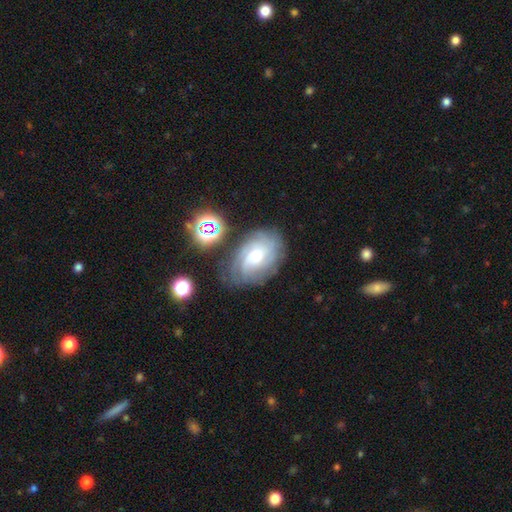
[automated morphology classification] Q: Smooth or featured?
A: featured or disk (73%); runner-up: smooth (17%)
Q: Edge-on disk?
A: no (96%); runner-up: yes (4%)
Q: Bar?
A: no (63%); runner-up: weak (31%)
Q: Spiral arms?
A: yes (92%); runner-up: no (8%)
Q: Spiral winding?
A: tight (60%); runner-up: medium (31%)
Q: Spiral arm count?
A: can't tell (43%); runner-up: 3 (19%)
Q: Bulge size?
A: moderate (62%); runner-up: small (30%)
Q: Merging?
A: none (68%); runner-up: minor disturbance (20%)